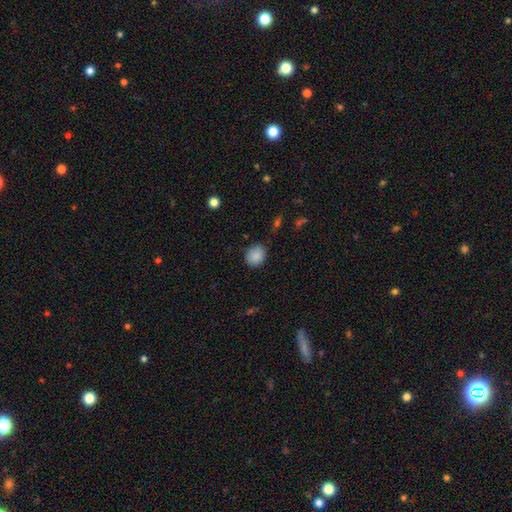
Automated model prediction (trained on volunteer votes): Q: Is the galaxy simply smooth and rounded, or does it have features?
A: smooth — 88%.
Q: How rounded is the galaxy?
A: round — 75%.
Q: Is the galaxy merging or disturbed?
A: none — 81%.